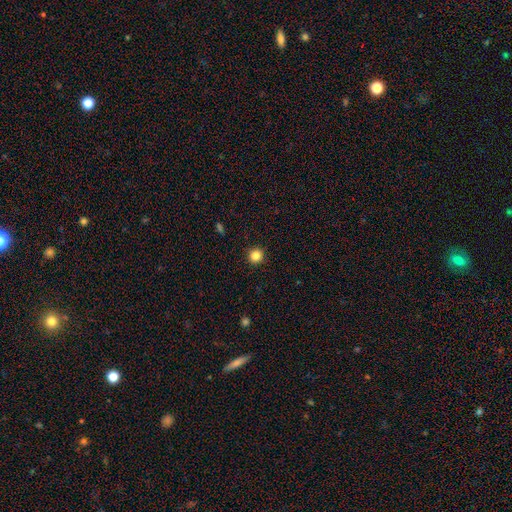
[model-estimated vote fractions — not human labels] Q: Smooth or featured?
A: smooth (84%); runner-up: star or artifact (12%)
Q: How rounded?
A: round (95%); runner-up: in between (4%)
Q: Merging?
A: none (93%); runner-up: minor disturbance (5%)